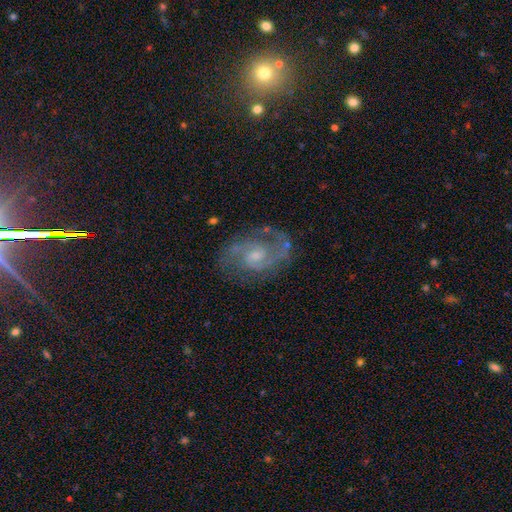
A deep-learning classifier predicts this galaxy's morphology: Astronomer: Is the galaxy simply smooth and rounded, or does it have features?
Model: featured or disk — 86%.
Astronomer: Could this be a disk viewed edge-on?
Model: no — 97%.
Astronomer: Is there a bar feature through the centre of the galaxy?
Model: weak — 48% (runner-up: no, 45%).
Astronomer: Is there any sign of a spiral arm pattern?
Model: yes — 96%.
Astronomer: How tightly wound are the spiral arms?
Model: medium — 57%.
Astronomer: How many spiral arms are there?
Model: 2 — 83%.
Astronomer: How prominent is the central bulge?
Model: small — 46% (runner-up: moderate, 42%).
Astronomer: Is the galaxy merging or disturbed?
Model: none — 73%.